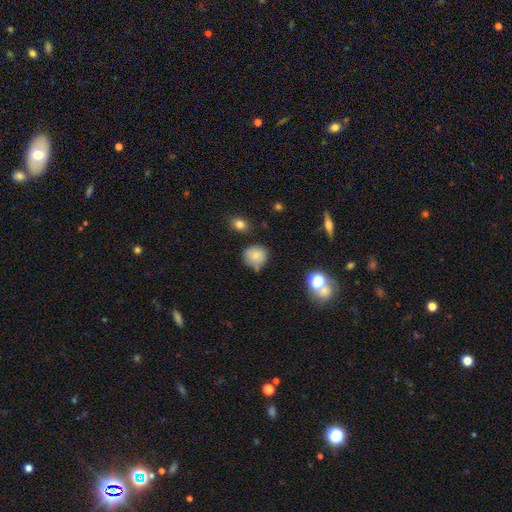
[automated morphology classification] type=smooth (77%); roundness=round (88%); merging=none (68%).